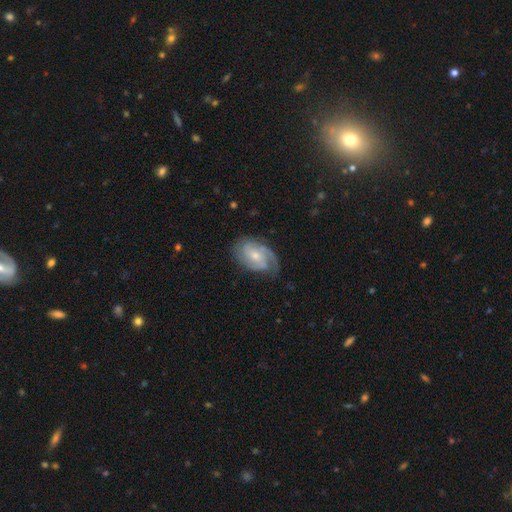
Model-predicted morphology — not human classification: Smooth or featured: featured or disk — 76% (smooth — 19%)
Edge-on disk: no — 97% (yes — 3%)
Bar: no — 57% (weak — 36%)
Spiral arms: yes — 93% (no — 7%)
Spiral winding: tight — 44% (medium — 40%)
Spiral arm count: 2 — 45% (can't tell — 22%)
Bulge size: small — 53% (moderate — 42%)
Merging: none — 62% (minor disturbance — 25%)